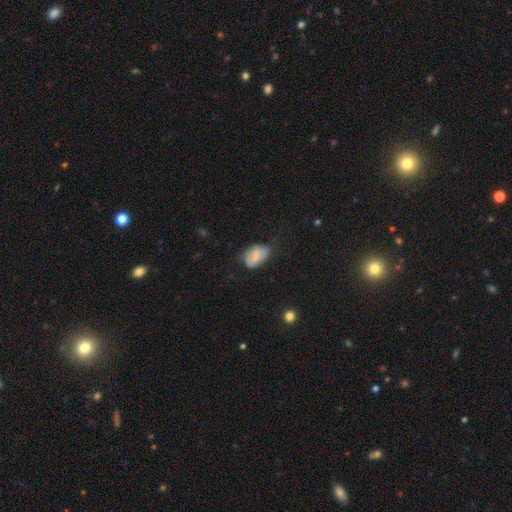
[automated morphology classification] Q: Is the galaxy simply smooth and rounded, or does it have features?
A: smooth — 66%.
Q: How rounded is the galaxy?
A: in between — 86%.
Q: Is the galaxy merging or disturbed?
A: none — 42%.